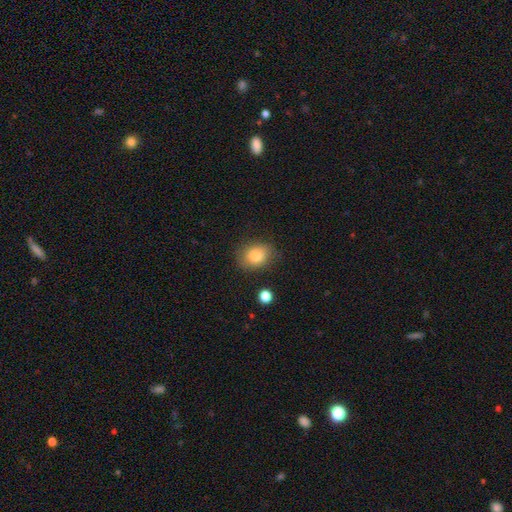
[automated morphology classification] This appears to be a smooth galaxy with no disk features (83%) that is in between round and cigar-shaped (57%). Merging: none (76%).